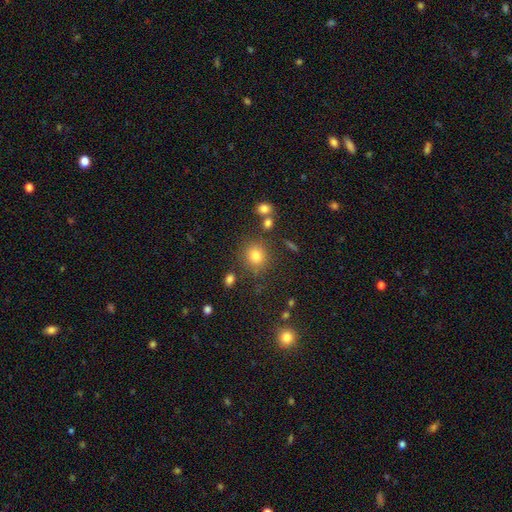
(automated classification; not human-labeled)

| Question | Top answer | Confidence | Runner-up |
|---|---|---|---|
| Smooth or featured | smooth | 79% | star or artifact (14%) |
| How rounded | round | 85% | in between (14%) |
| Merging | none | 80% | minor disturbance (10%) |